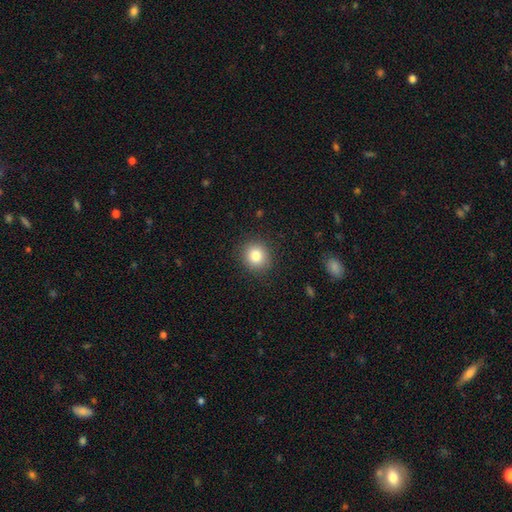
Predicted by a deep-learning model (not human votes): Overall: smooth (83%). How rounded: round (87%). Merging: none (90%).